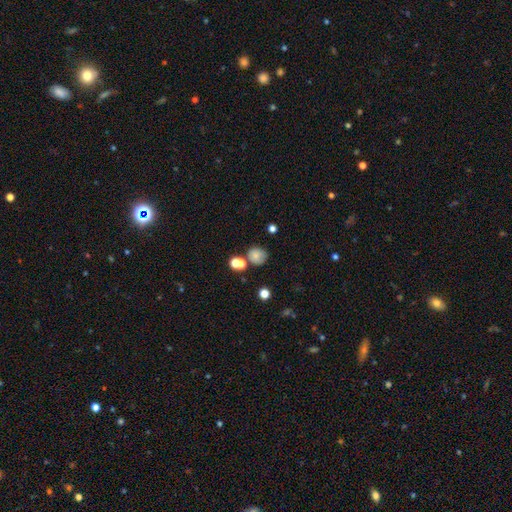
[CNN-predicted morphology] smooth_or_featured: smooth (p=0.72) [alt: star or artifact p=0.14]
how_rounded: round (p=0.77) [alt: in between p=0.22]
merging: none (p=0.58) [alt: merger p=0.21]